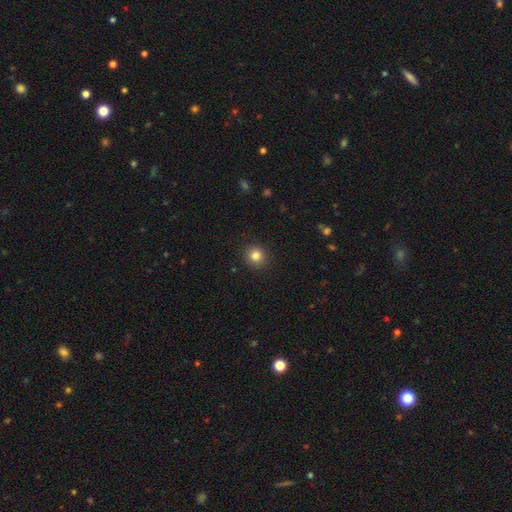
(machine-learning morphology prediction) A smooth galaxy with no disk features (83%) that is round (90%). Merging: none (92%).